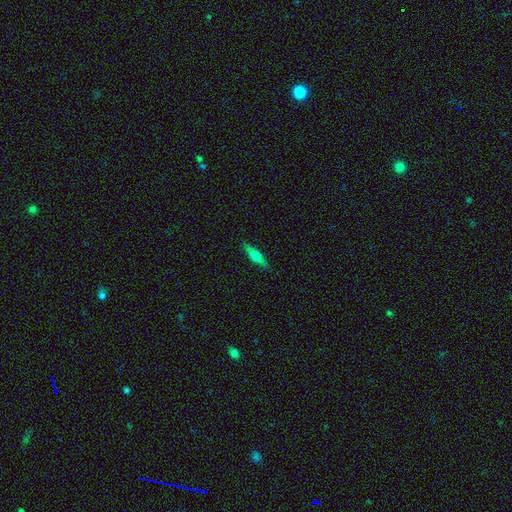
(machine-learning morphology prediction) Overall: featured or disk (51%; smooth 43%). Edge-on disk: yes (94%). Merging: none (89%).